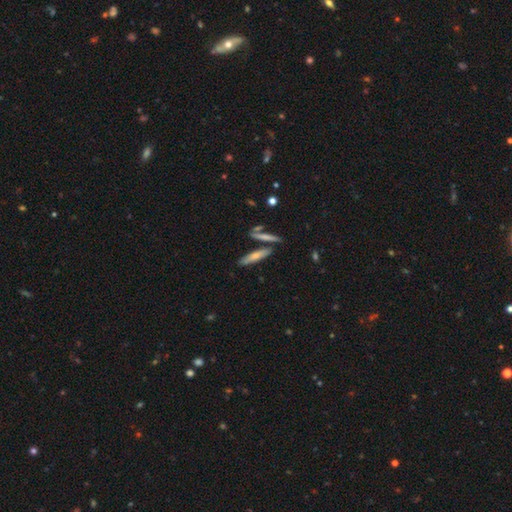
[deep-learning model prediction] A smooth galaxy with no disk features (61%) that is cigar-shaped (84%). Merging: none (73%).